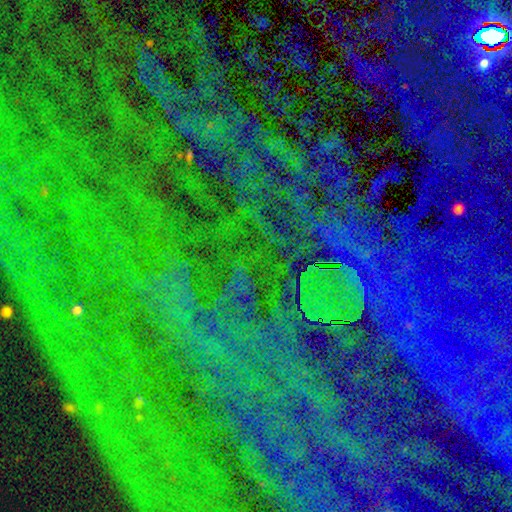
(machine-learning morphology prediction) This appears to be a star or artifact, not a galaxy (87%).